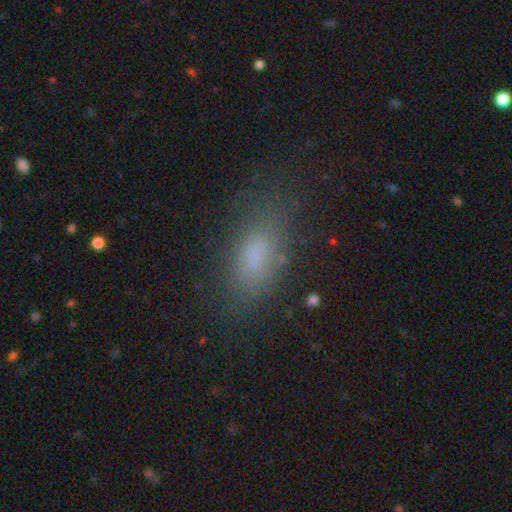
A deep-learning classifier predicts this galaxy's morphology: This is likely a smooth galaxy (76%). How rounded: likely in between (78%). Merging: likely none (78%).